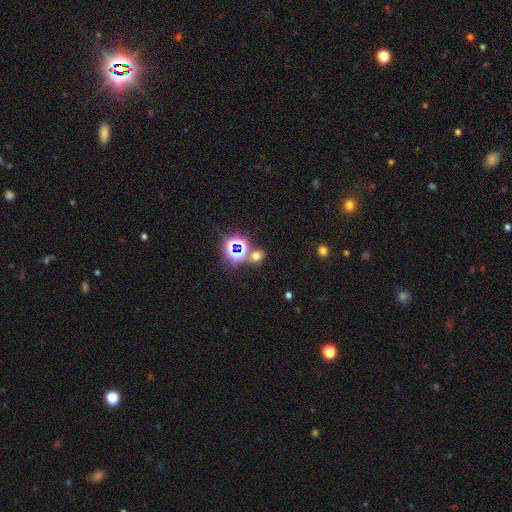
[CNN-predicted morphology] Smooth or featured?
  - smooth: 51% *
  - star or artifact: 41%
  - featured or disk: 8%
How rounded?
  - round: 64% *
  - in between: 35%
  - cigar-shaped: 2%
Merging?
  - none: 72% *
  - merger: 14%
  - minor disturbance: 9%
  - major disturbance: 4%